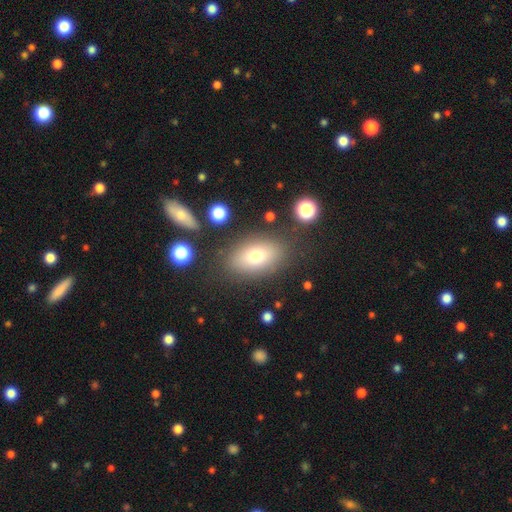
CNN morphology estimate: smooth 72%, featured or disk 17%, star or artifact 11%. Down the decision tree: how rounded — in between (85%); merging — none (80%).